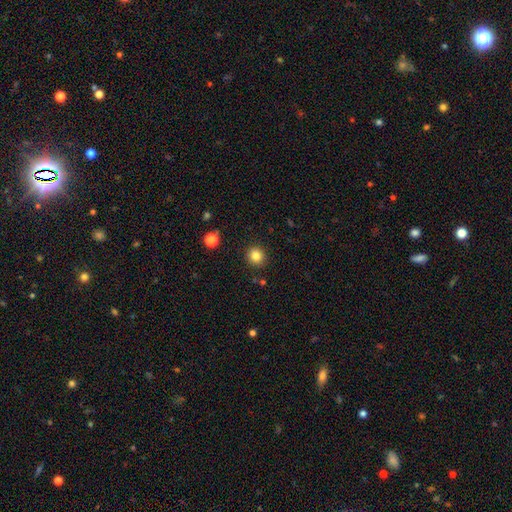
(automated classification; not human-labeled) Smooth or featured? smooth (83%)
How rounded? round (90%)
Merging? none (90%)